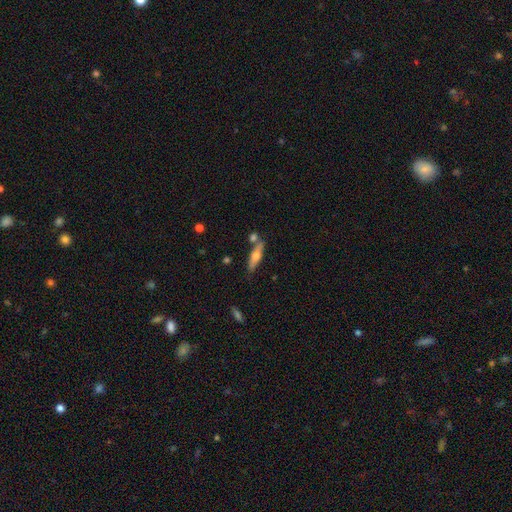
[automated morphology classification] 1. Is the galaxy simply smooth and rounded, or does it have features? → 49% smooth, 44% featured or disk, 6% star or artifact.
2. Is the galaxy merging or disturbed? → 72% none, 13% merger, 12% minor disturbance, 3% major disturbance.